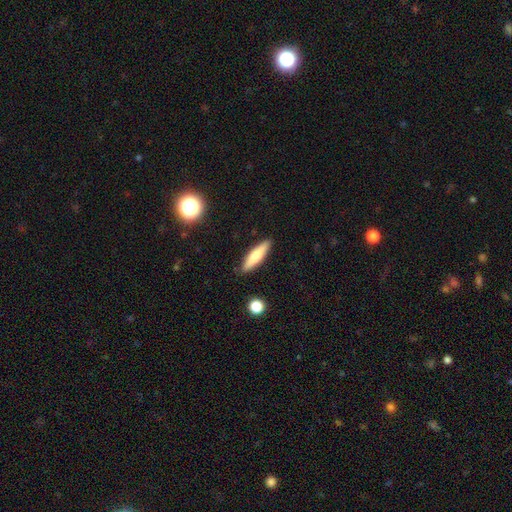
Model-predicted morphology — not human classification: This appears to be a smooth galaxy with no disk features (62%) that is cigar-shaped (71%). Merging: none (89%).